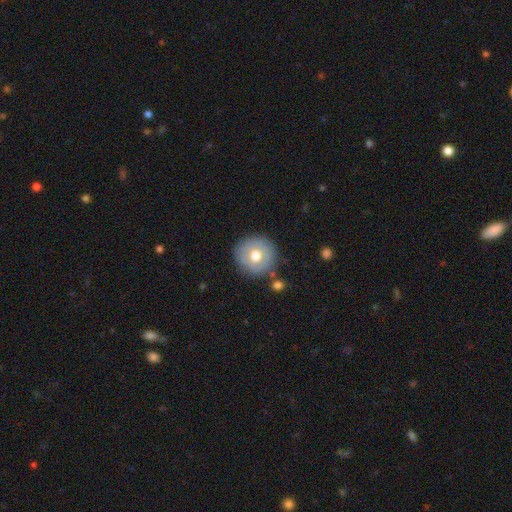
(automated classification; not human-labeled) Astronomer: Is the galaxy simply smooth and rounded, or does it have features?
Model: smooth — 63%.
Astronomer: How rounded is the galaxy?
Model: round — 94%.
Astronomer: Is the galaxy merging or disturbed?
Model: none — 84%.